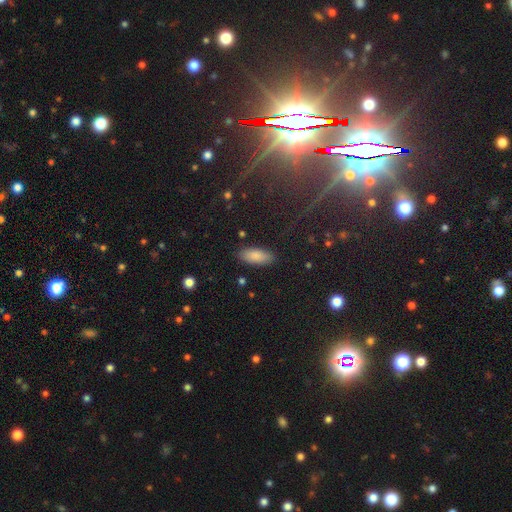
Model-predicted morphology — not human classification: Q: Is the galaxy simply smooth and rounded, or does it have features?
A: smooth — 86%.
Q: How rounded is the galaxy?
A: in between — 82%.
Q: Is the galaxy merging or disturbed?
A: none — 87%.